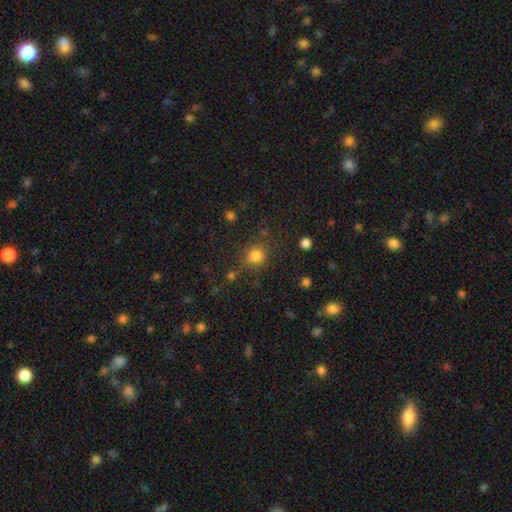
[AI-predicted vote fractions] A smooth galaxy with no disk features (82%) that is round (89%). Merging: none (79%).